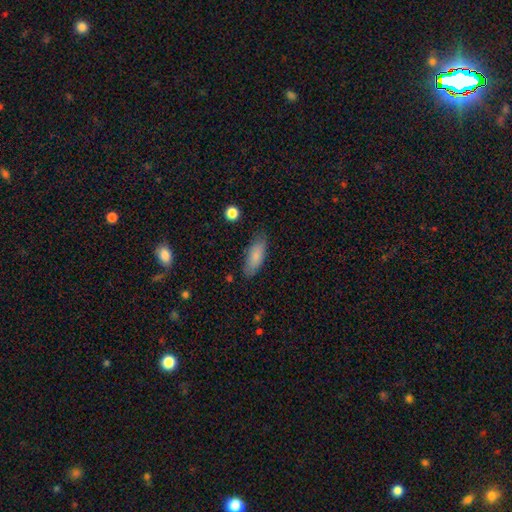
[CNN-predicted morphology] A smooth galaxy with no disk features (83%) that is in between round and cigar-shaped (70%).

Vote fractions:
- Smooth or featured? smooth: 83% / featured or disk: 10% / star or artifact: 7%
- How rounded? in between: 70% / cigar-shaped: 28% / round: 2%
- Merging? none: 80% / minor disturbance: 15% / major disturbance: 3% / merger: 1%